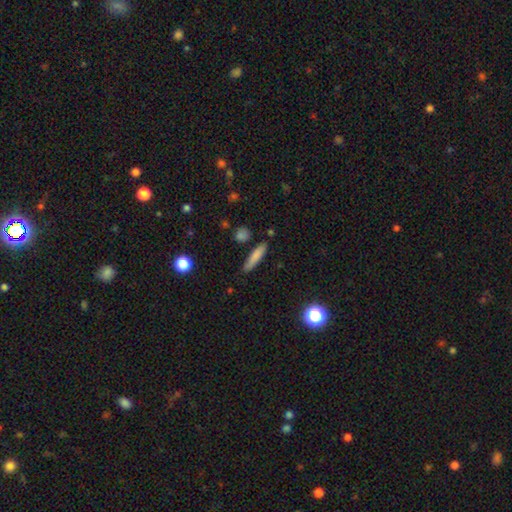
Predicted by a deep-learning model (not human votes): This appears to be a smooth galaxy with no disk features (79%) that is cigar-shaped (84%). Merging: none (82%).